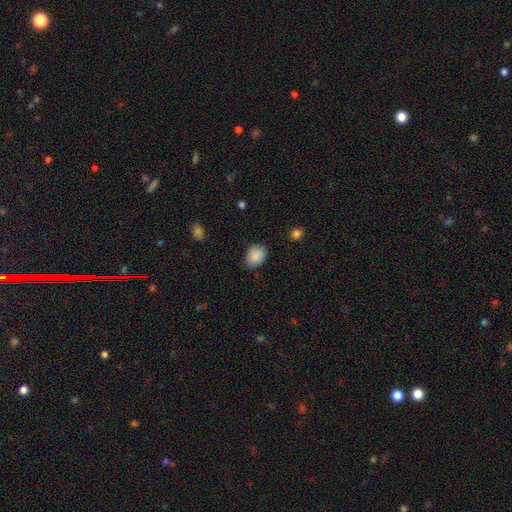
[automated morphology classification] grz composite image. It shows a smooth galaxy with no disk features (87%) that is in between round and cigar-shaped (62%). Merging: none (80%).